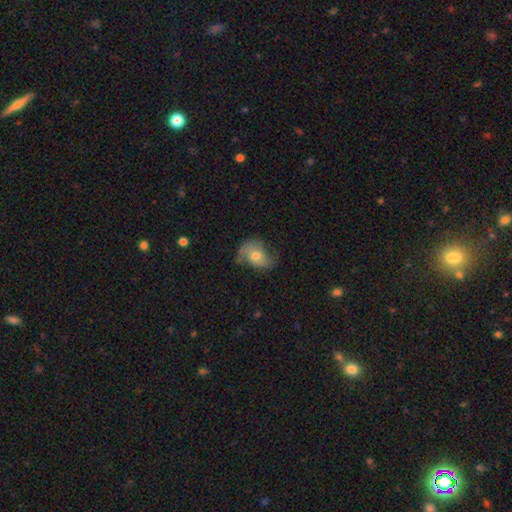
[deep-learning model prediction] Q: Smooth or featured?
A: smooth (51%); runner-up: featured or disk (41%)
Q: How rounded?
A: in between (69%); runner-up: round (30%)
Q: Merging?
A: none (45%); runner-up: minor disturbance (34%)